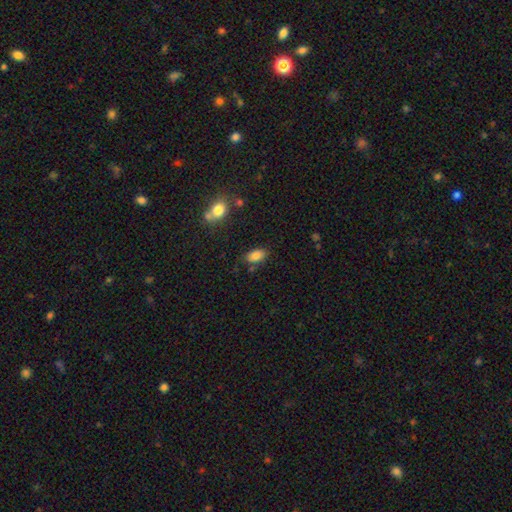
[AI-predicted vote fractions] Smooth or featured: smooth — 83% (star or artifact — 9%)
How rounded: in between — 91% (round — 6%)
Merging: none — 74% (minor disturbance — 16%)